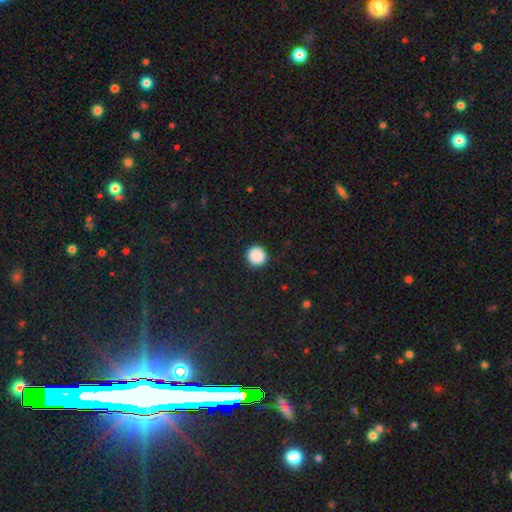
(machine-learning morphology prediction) smooth_or_featured: smooth (p=0.89) [alt: star or artifact p=0.09]
how_rounded: round (p=0.96) [alt: in between p=0.03]
merging: none (p=0.93) [alt: minor disturbance p=0.05]